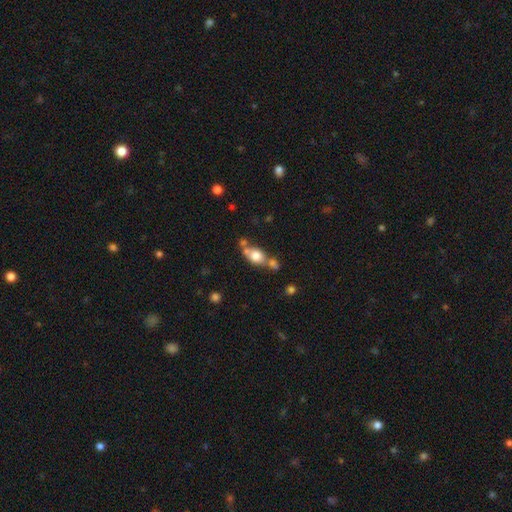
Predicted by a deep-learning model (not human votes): This is likely a smooth galaxy (70%). How rounded: possibly in between (56%). Merging: marginally none (41%, tied with merger).